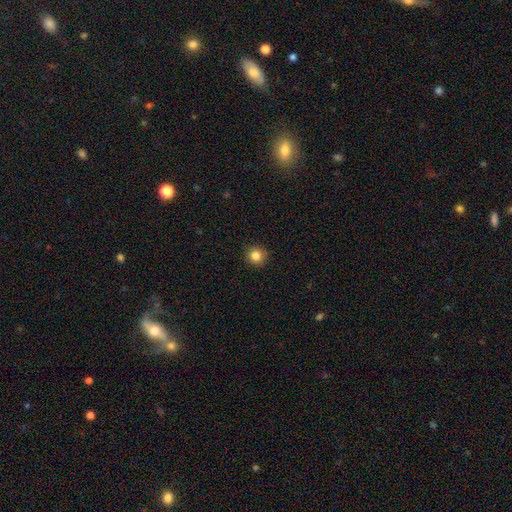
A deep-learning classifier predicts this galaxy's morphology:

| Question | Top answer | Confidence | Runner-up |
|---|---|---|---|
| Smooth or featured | smooth | 84% | star or artifact (11%) |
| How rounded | round | 93% | in between (6%) |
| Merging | none | 92% | minor disturbance (6%) |